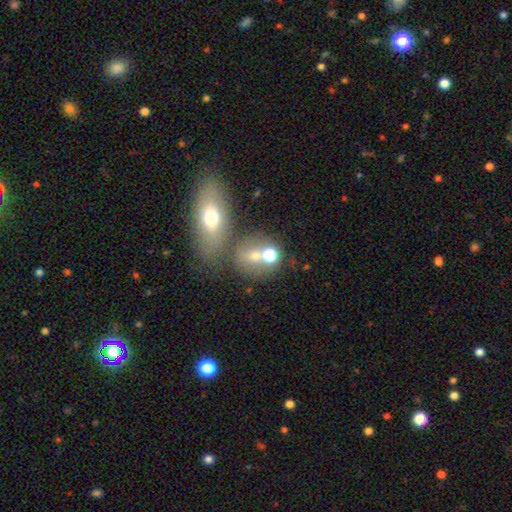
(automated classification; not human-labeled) smooth_or_featured: smooth (p=0.63) [alt: featured or disk p=0.23]
how_rounded: round (p=0.50) [alt: in between p=0.46]
merging: merger (p=0.42) [alt: none p=0.40]